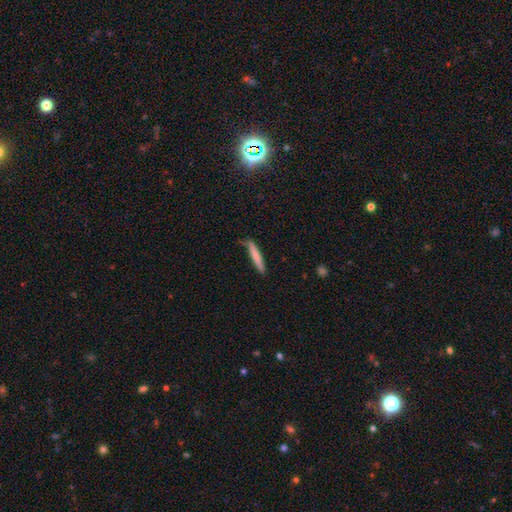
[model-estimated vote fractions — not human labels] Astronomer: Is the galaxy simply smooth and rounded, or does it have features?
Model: smooth — 76%.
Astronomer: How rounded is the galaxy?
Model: cigar-shaped — 94%.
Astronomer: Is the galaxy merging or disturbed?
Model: none — 78%.